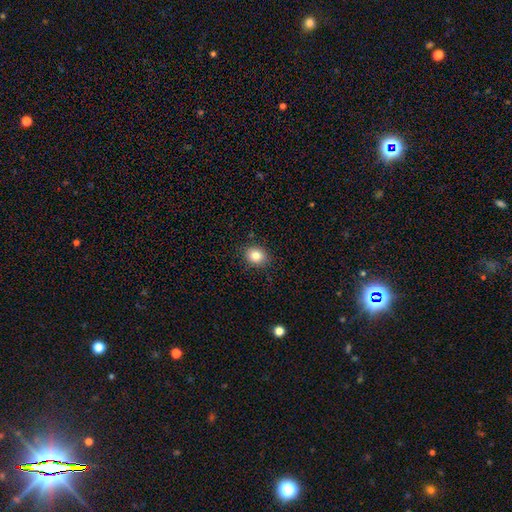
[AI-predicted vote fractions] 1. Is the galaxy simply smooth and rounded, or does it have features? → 83% smooth, 10% star or artifact, 7% featured or disk.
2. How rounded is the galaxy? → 55% round, 44% in between, 1% cigar-shaped.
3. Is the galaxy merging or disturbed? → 88% none, 9% minor disturbance, 2% major disturbance, 1% merger.